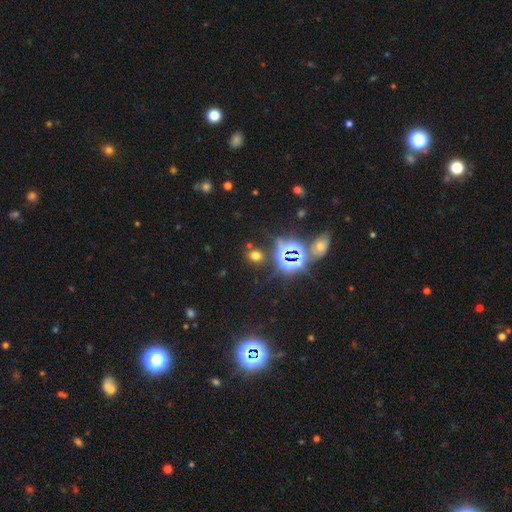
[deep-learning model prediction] This is possibly a smooth galaxy (51%). How rounded: possibly round (56%). Merging: clearly none (81%).